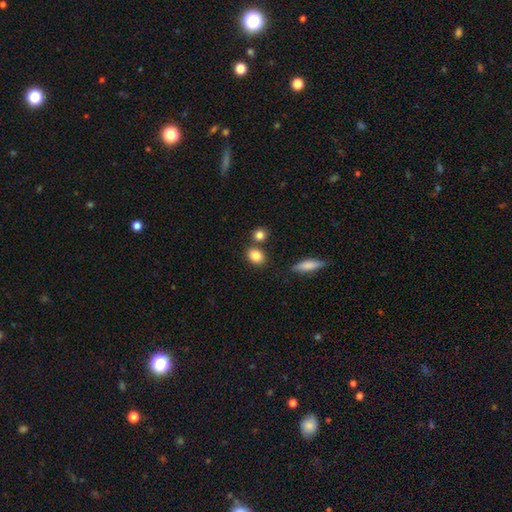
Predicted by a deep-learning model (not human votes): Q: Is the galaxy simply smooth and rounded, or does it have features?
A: smooth — 84%.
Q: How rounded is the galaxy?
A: round — 51%.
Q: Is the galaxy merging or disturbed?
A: none — 74%.